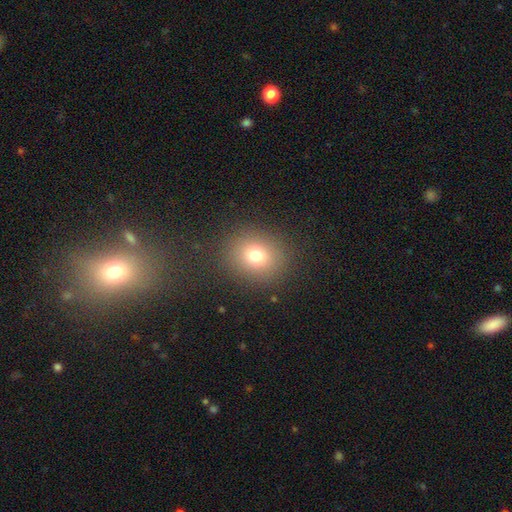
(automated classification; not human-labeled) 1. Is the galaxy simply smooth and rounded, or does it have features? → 74% smooth, 16% star or artifact, 10% featured or disk.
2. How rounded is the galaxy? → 77% round, 22% in between, 1% cigar-shaped.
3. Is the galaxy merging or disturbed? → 86% none, 8% minor disturbance, 5% major disturbance, 1% merger.